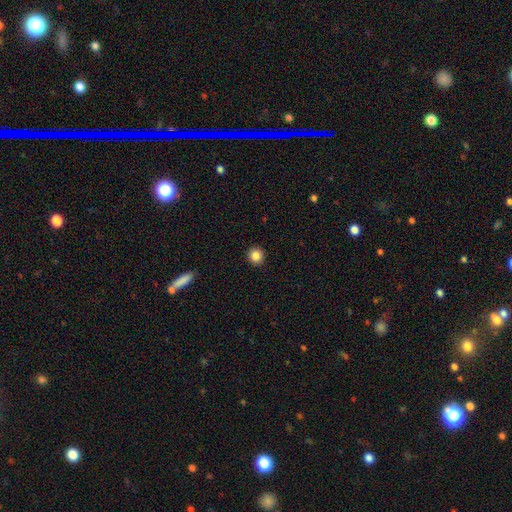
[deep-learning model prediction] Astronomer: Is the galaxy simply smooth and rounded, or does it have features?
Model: smooth — 85%.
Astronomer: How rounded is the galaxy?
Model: round — 92%.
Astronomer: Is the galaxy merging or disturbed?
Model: none — 93%.